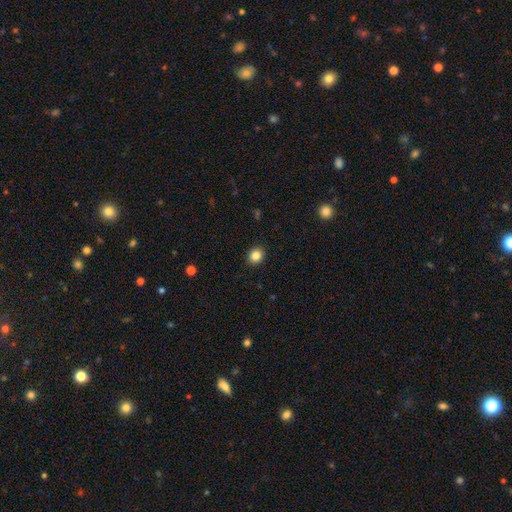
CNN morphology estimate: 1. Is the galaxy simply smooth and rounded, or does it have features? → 85% smooth, 10% star or artifact, 5% featured or disk.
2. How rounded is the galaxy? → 73% round, 27% in between, 1% cigar-shaped.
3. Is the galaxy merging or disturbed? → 91% none, 6% minor disturbance, 2% major disturbance, 1% merger.